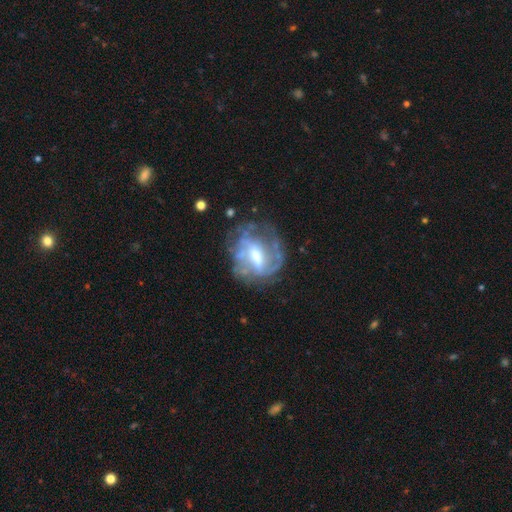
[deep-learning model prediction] featured or disk 76%, smooth 16%, star or artifact 8%. Down the decision tree: edge-on disk — no (96%); bar — weak (47%); spiral arms — yes (75%); spiral arm count — can't tell (38%); spiral winding — medium (38%, tied with tight); bulge size — moderate (59%); merging — none (55%).